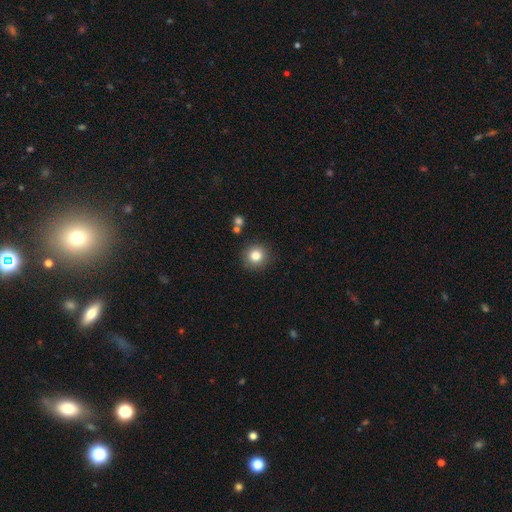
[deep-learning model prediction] A smooth galaxy with no disk features (82%) that is round (93%).

Vote fractions:
- Smooth or featured? smooth: 82% / star or artifact: 11% / featured or disk: 7%
- How rounded? round: 93% / in between: 6% / cigar-shaped: 1%
- Merging? none: 87% / minor disturbance: 8% / merger: 3% / major disturbance: 2%